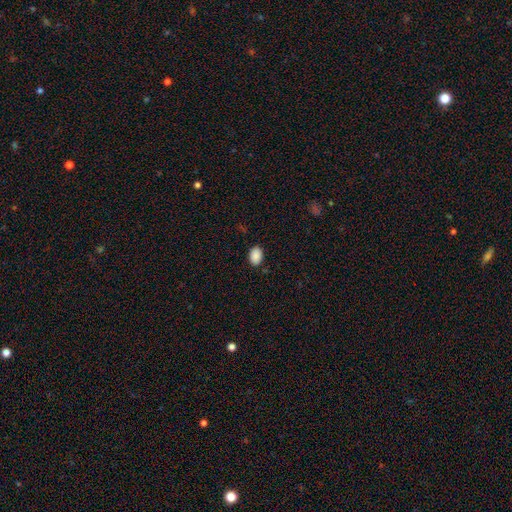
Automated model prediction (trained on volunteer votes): Smooth or featured? Predicted: smooth (p=0.89). How rounded? Predicted: in between (p=0.79). Merging? Predicted: none (p=0.85).